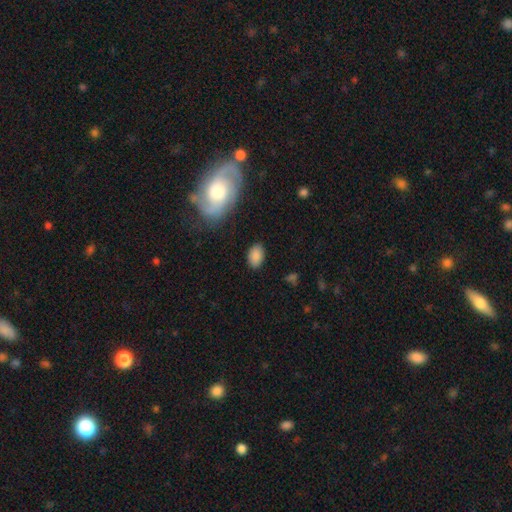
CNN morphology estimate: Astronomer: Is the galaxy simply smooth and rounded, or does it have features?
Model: smooth — 86%.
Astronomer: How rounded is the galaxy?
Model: in between — 89%.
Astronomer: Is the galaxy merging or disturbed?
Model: none — 84%.